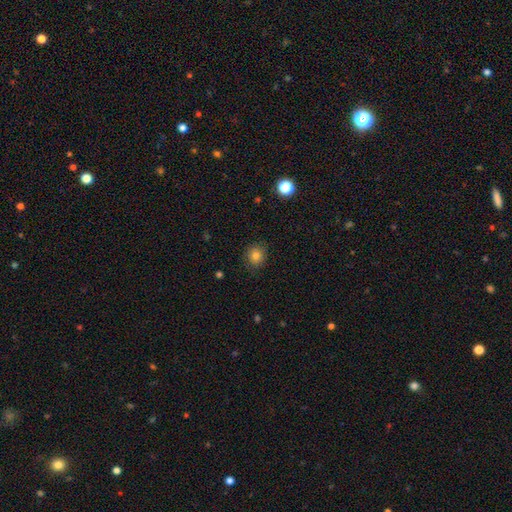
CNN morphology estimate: This appears to be a smooth galaxy with no disk features (81%) that is round (79%). Merging: none (84%).